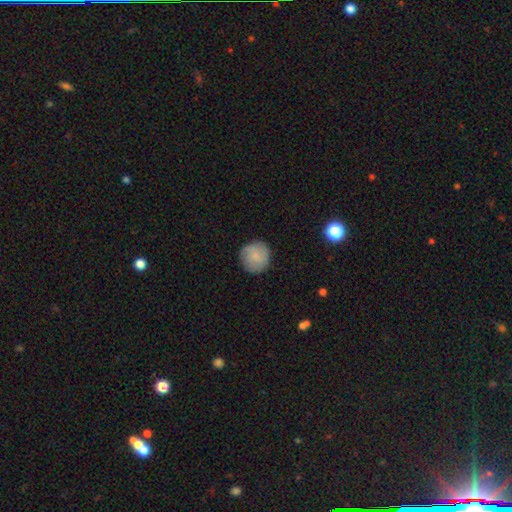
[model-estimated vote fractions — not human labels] Q: Smooth or featured?
A: smooth (80%); runner-up: featured or disk (13%)
Q: How rounded?
A: round (94%); runner-up: in between (5%)
Q: Merging?
A: none (83%); runner-up: minor disturbance (12%)